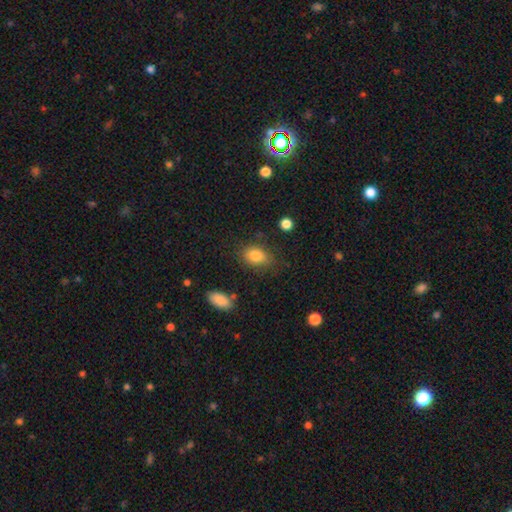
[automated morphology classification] Overall: smooth (83%). How rounded: in between (80%). Merging: none (74%).